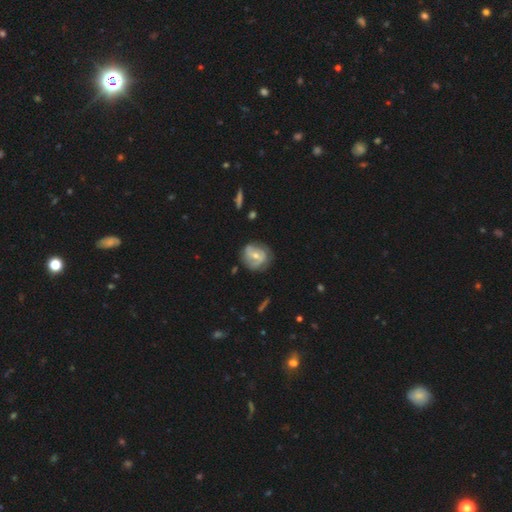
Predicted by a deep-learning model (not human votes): Morphology: type=featured or disk (68%); edge-on=no (96%); bar=weak (47%); spiral arms=yes (79%); winding=tight (43%); arm count=2 (57%); bulge=moderate (55%); merging=none (69%).